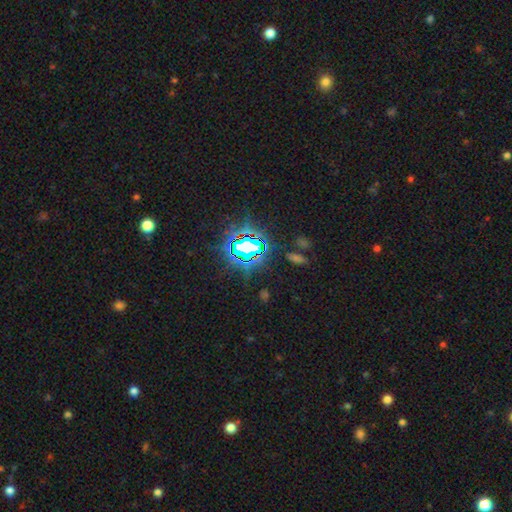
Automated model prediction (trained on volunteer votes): smooth_or_featured: star or artifact (p=0.77) [alt: smooth p=0.14]